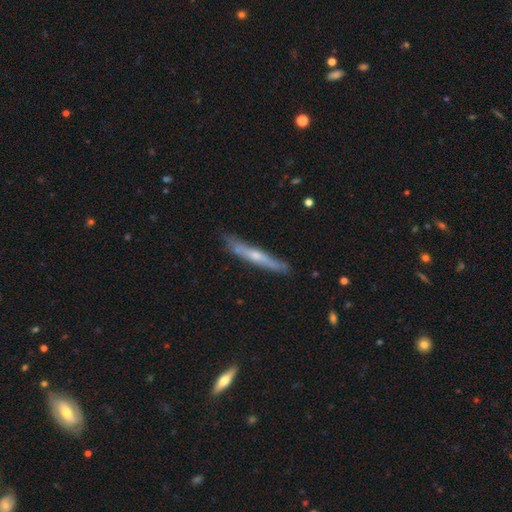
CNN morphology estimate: Smooth or featured? featured or disk (58%)
Edge-on disk? yes (91%)
Edge-on bulge? rounded (62%)
Merging? none (80%)